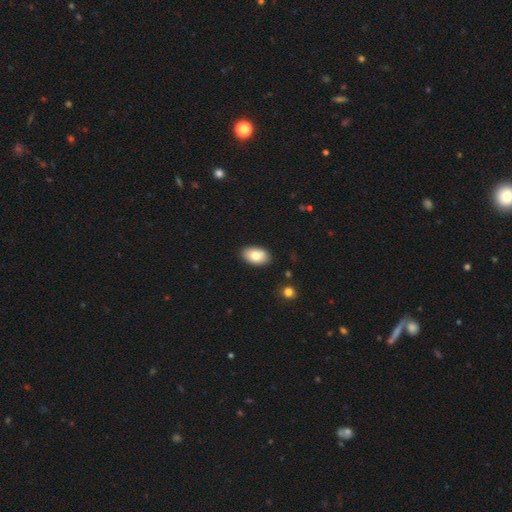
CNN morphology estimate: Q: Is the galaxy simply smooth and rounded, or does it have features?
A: smooth — 79%.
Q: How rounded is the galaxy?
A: in between — 92%.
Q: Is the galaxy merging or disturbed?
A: none — 86%.